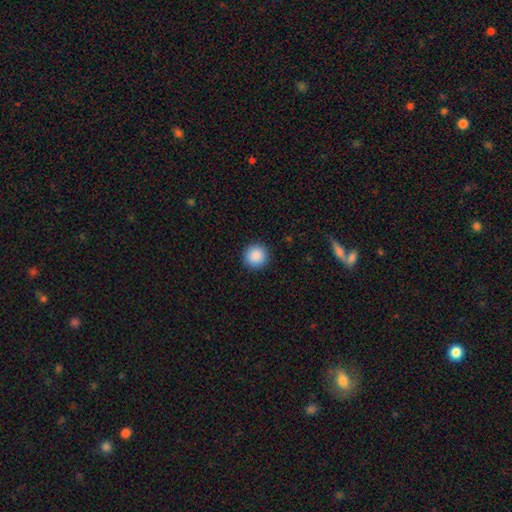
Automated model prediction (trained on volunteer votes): Q: Smooth or featured?
A: smooth (89%); runner-up: star or artifact (9%)
Q: How rounded?
A: round (96%); runner-up: in between (3%)
Q: Merging?
A: none (92%); runner-up: minor disturbance (5%)